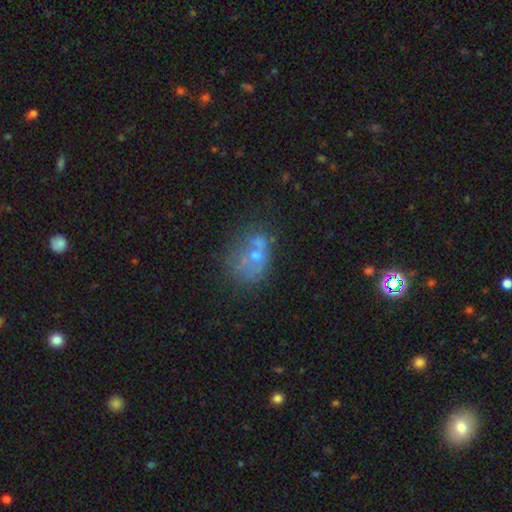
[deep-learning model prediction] A smooth galaxy with no disk features (43%). Merging: merger (39%).